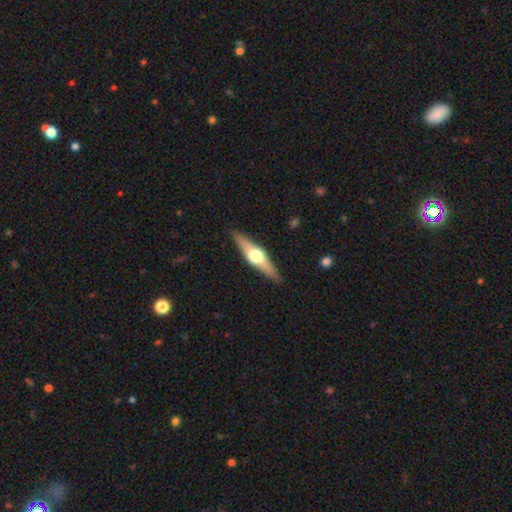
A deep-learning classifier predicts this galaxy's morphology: smooth_or_featured: featured or disk (p=0.67) [alt: smooth p=0.28]
disk_edge_on: yes (p=0.96) [alt: no p=0.04]
edge_on_bulge: rounded (p=0.95) [alt: boxy p=0.04]
merging: none (p=0.89) [alt: minor disturbance p=0.08]